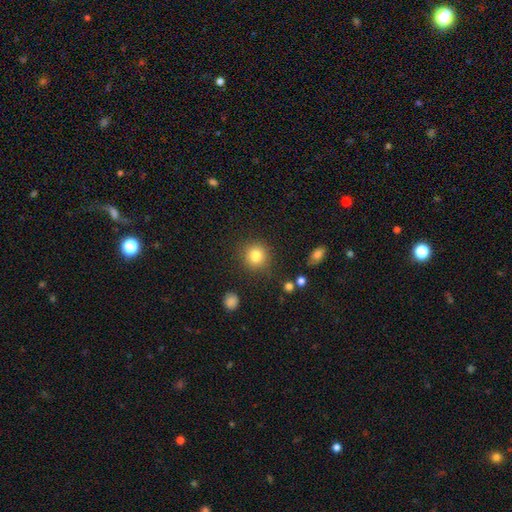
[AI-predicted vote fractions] Overall: smooth (82%). How rounded: round (92%). Merging: none (86%).